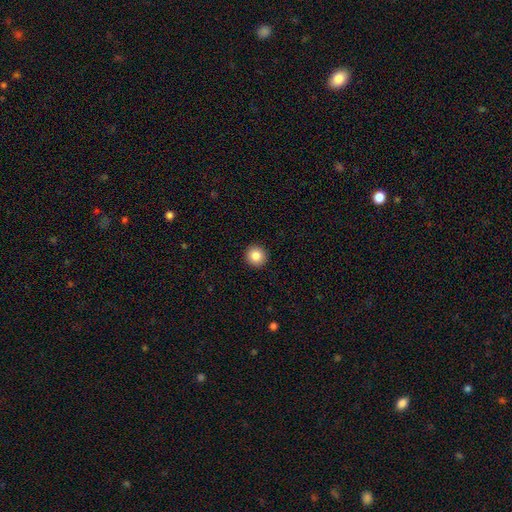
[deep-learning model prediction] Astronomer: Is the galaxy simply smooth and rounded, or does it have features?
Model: smooth — 85%.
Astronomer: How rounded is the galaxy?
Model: round — 95%.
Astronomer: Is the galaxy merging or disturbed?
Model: none — 93%.